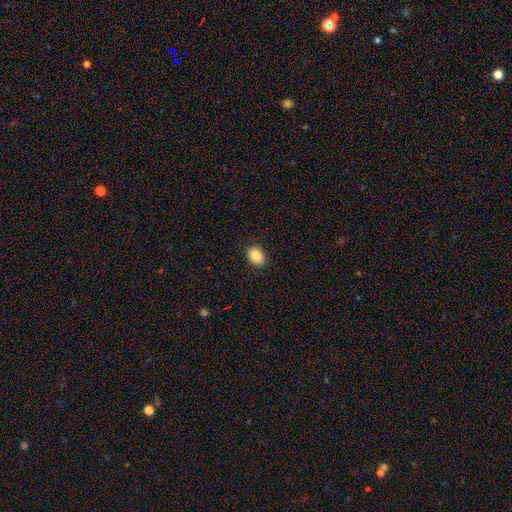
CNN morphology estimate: type=smooth (84%); roundness=in between (58%); merging=none (88%).